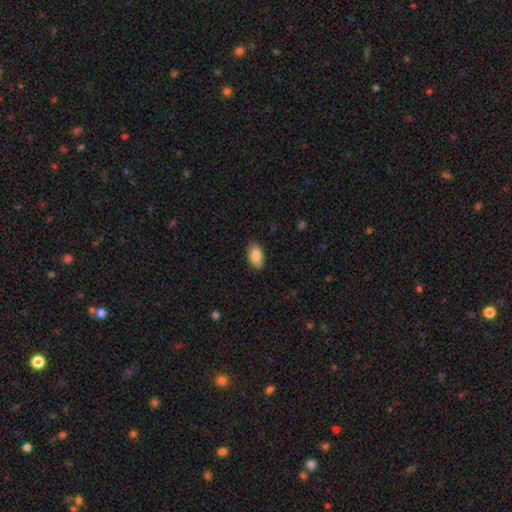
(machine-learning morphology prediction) A smooth galaxy with no disk features (88%) that is in between round and cigar-shaped (93%).

Vote fractions:
- Smooth or featured? smooth: 88% / star or artifact: 7% / featured or disk: 6%
- How rounded? in between: 93% / round: 5% / cigar-shaped: 2%
- Merging? none: 86% / minor disturbance: 11% / major disturbance: 2% / merger: 1%